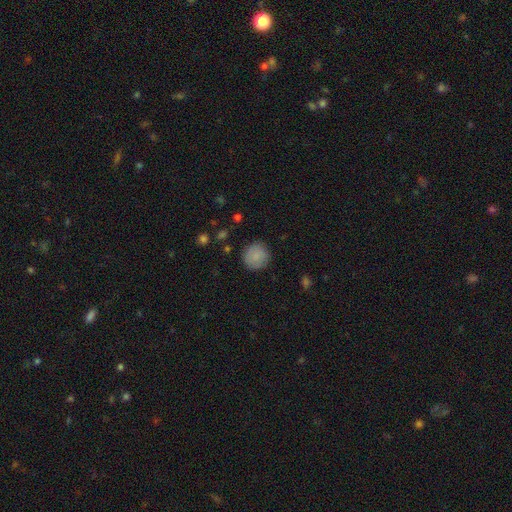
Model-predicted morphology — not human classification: Overall: smooth (85%). How rounded: round (91%). Merging: none (85%).